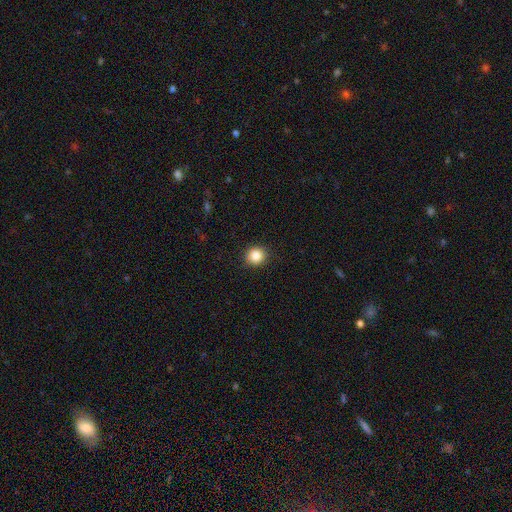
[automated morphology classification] Smooth or featured: smooth — 85% (star or artifact — 10%)
How rounded: round — 88% (in between — 11%)
Merging: none — 91% (minor disturbance — 6%)